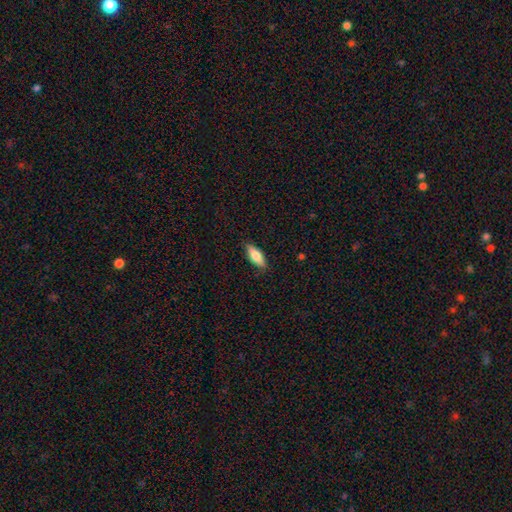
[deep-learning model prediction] The model was most divided on "how rounded": in between: 68%, cigar-shaped: 30%, round: 2%. More confident: merging — none (86%); smooth or featured — smooth (76%).